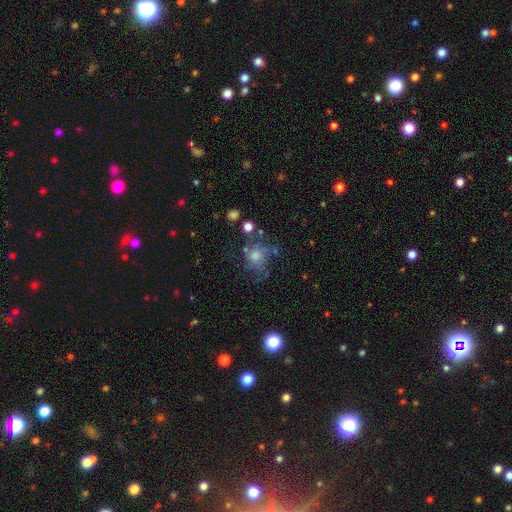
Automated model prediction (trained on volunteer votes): This is marginally a smooth galaxy (40%). Merging: possibly none (53%).